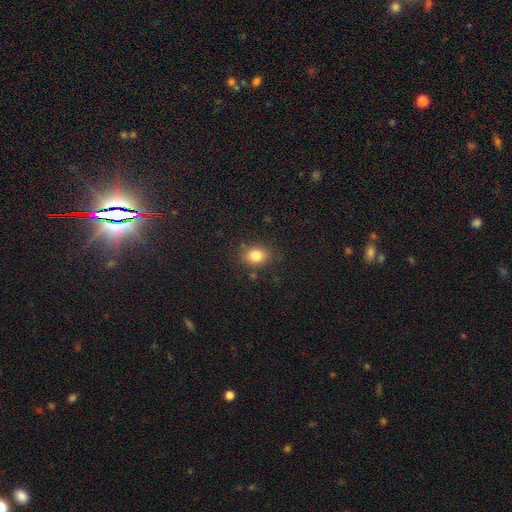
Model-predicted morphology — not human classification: Smooth or featured?
  - smooth: 82% *
  - star or artifact: 11%
  - featured or disk: 7%
How rounded?
  - in between: 51% *
  - round: 48%
  - cigar-shaped: 1%
Merging?
  - none: 81% *
  - minor disturbance: 12%
  - major disturbance: 4%
  - merger: 3%